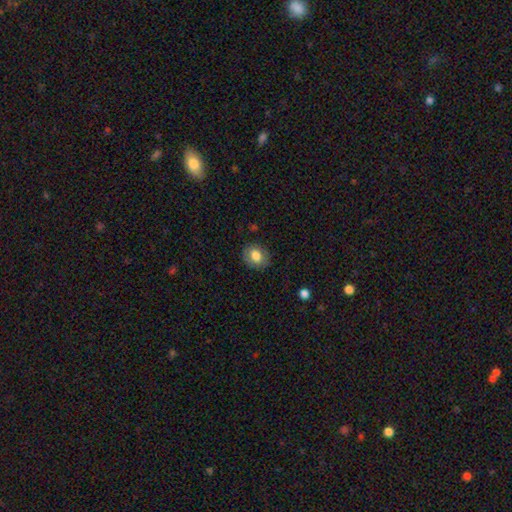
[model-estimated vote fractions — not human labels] This appears to be a smooth galaxy with no disk features (76%) that is round (54%). Merging: none (83%).